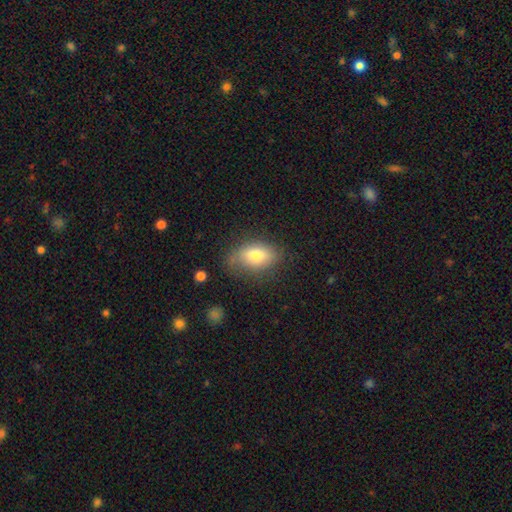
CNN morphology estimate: Smooth or featured? smooth (75%)
How rounded? in between (88%)
Merging? none (66%)